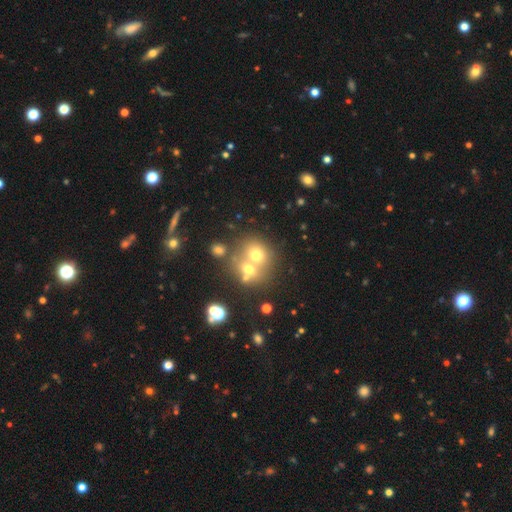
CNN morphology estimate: The model was most divided on "merging": merger: 50%, none: 38%, minor disturbance: 7%, major disturbance: 4%. More confident: how rounded — round (78%); smooth or featured — smooth (59%).